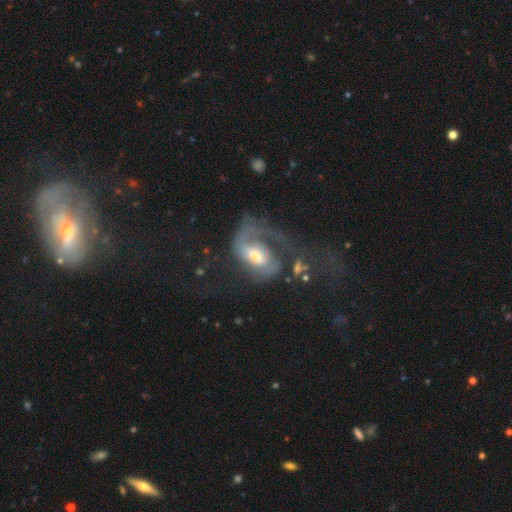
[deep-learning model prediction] Smooth or featured? featured or disk (75%)
Edge-on disk? no (96%)
Bar? weak (47%)
Spiral arms? yes (85%)
Spiral winding? medium (41%)
Spiral arm count? 1 (53%)
Bulge size? moderate (61%)
Merging? major disturbance (49%)